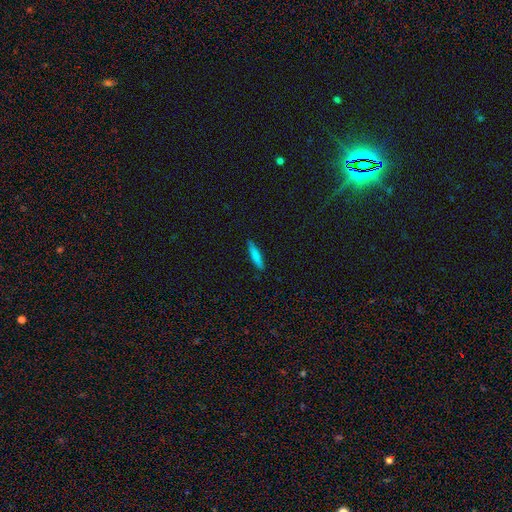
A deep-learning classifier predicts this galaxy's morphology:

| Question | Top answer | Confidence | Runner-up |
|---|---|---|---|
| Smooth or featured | smooth | 81% | featured or disk (13%) |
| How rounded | cigar-shaped | 87% | in between (12%) |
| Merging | none | 88% | minor disturbance (9%) |